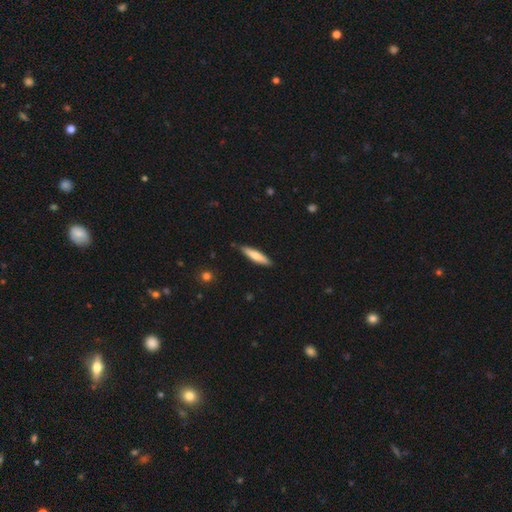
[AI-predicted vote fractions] This is likely a smooth galaxy (70%). How rounded: clearly cigar-shaped (83%). Merging: clearly none (85%).